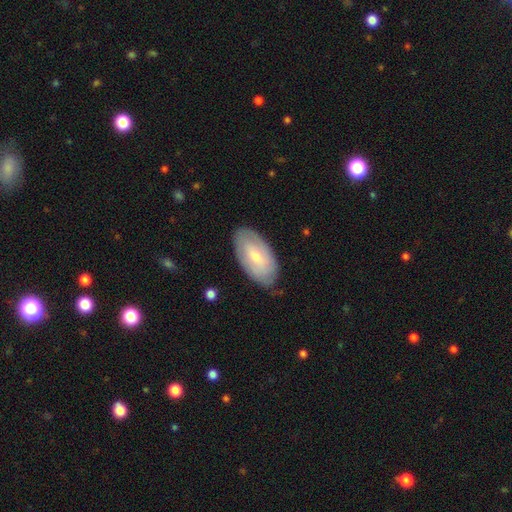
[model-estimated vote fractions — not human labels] Q: Smooth or featured?
A: smooth (49%); runner-up: featured or disk (45%)
Q: Merging?
A: none (78%); runner-up: minor disturbance (17%)